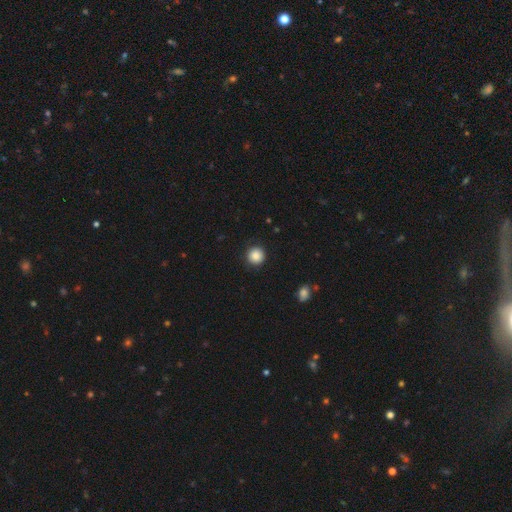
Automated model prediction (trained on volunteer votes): smooth_or_featured: smooth (p=0.86) [alt: star or artifact p=0.10]
how_rounded: round (p=0.95) [alt: in between p=0.04]
merging: none (p=0.90) [alt: minor disturbance p=0.07]